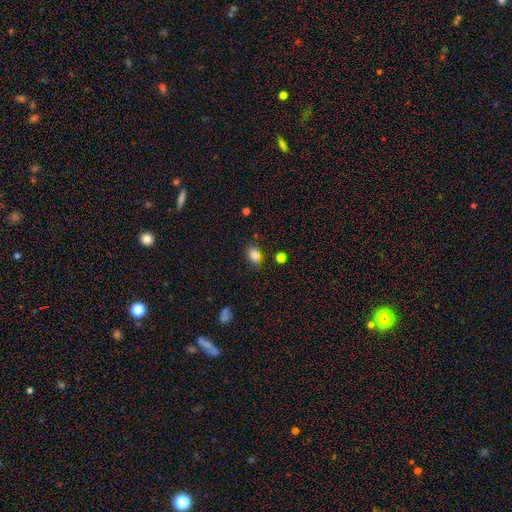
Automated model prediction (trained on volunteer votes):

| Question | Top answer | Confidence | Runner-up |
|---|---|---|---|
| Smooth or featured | smooth | 82% | star or artifact (12%) |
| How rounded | in between | 65% | round (33%) |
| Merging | none | 78% | minor disturbance (15%) |